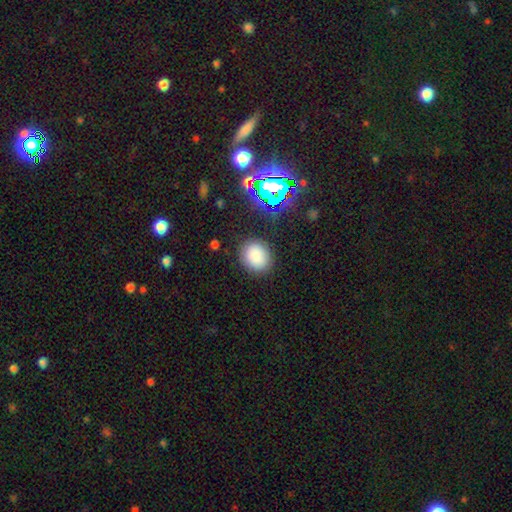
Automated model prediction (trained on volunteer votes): Smooth or featured? smooth (81%)
How rounded? round (69%)
Merging? none (85%)